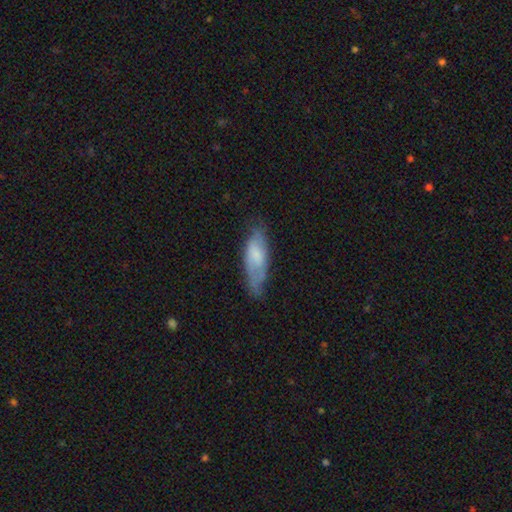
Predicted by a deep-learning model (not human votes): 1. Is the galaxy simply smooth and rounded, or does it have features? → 58% smooth, 35% featured or disk, 7% star or artifact.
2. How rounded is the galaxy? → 62% in between, 36% cigar-shaped, 2% round.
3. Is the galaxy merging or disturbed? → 55% none, 31% minor disturbance, 12% major disturbance, 2% merger.